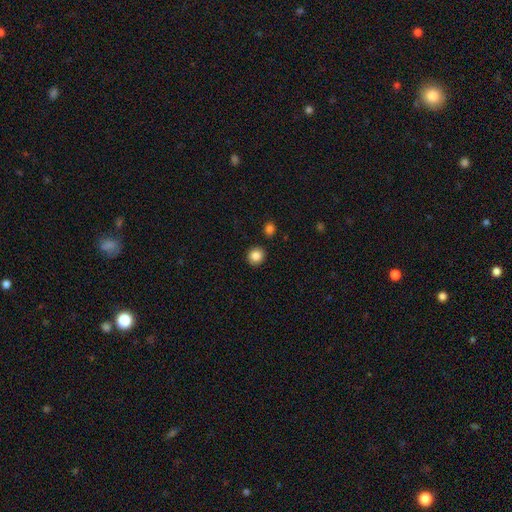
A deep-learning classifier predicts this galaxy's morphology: This is clearly a smooth galaxy (87%). How rounded: clearly round (87%). Merging: clearly none (89%).